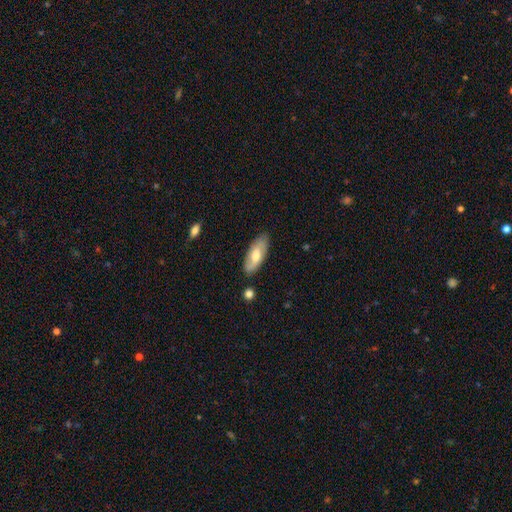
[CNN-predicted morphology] A smooth galaxy with no disk features (48%).

Vote fractions:
- Smooth or featured? smooth: 48% / featured or disk: 46% / star or artifact: 6%
- Merging? none: 84% / minor disturbance: 12% / major disturbance: 3% / merger: 2%